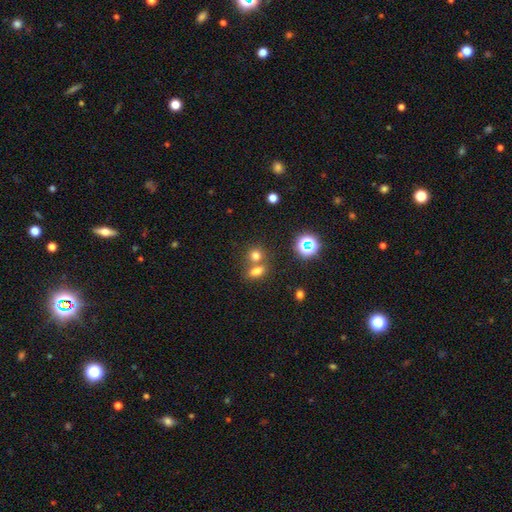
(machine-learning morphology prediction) This is likely a smooth galaxy (71%). How rounded: likely round (66%). Merging: possibly none (48%).